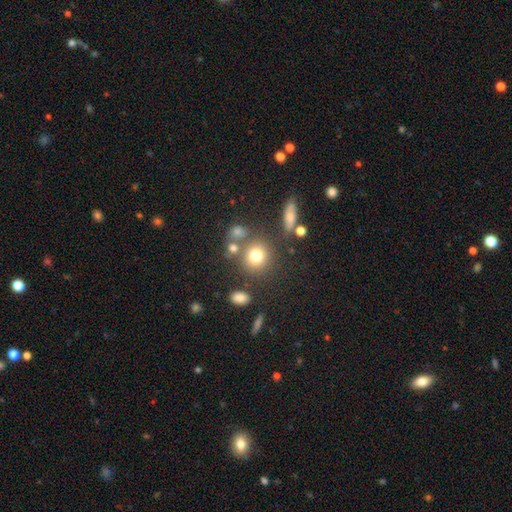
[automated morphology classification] Smooth or featured?
  - smooth: 74% *
  - star or artifact: 14%
  - featured or disk: 12%
How rounded?
  - round: 82% *
  - in between: 17%
  - cigar-shaped: 1%
Merging?
  - none: 70% *
  - merger: 13%
  - minor disturbance: 12%
  - major disturbance: 5%